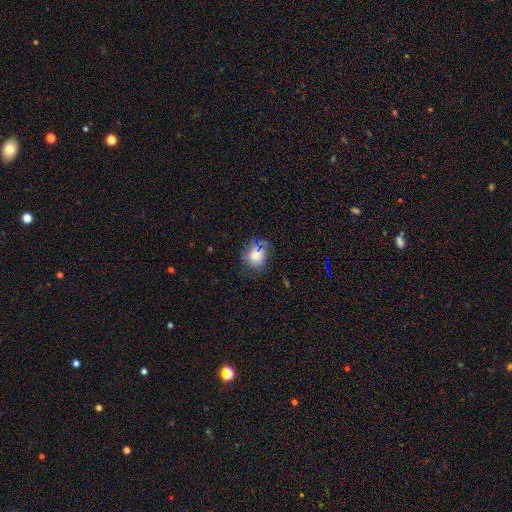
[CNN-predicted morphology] Smooth or featured? Predicted: smooth (p=0.74). How rounded? Predicted: round (p=0.71). Merging? Predicted: none (p=0.74).